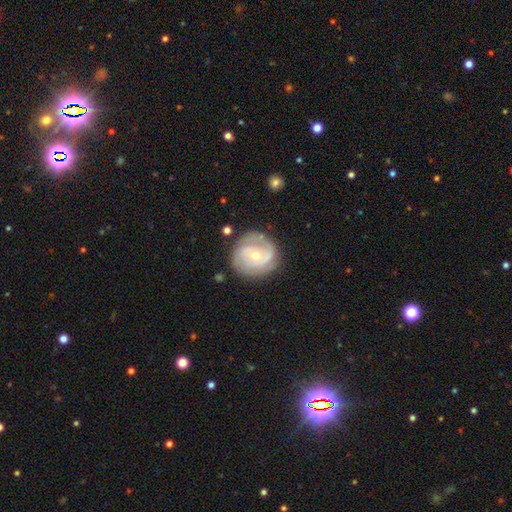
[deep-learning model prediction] This is likely a featured or disk galaxy (78%). It is clearly not viewed edge-on (97%). Bar: possibly no (57%). Spiral arm pattern: clearly yes (90%). Spiral arm count: possibly 2 (52%). Spiral winding: possibly tight (58%). Central bulge: possibly moderate (57%). Merging: likely none (78%).